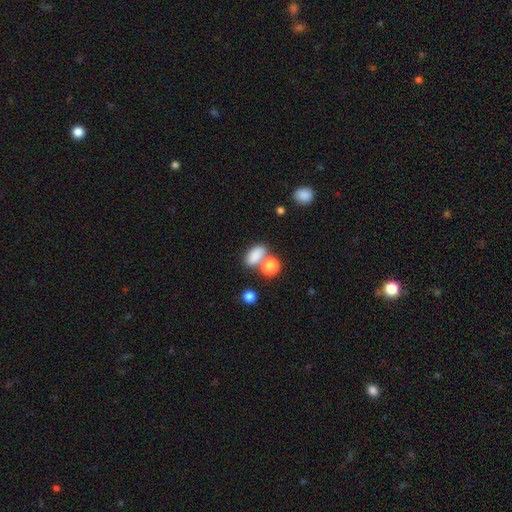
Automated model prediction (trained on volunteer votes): Morphology: type=smooth (82%); roundness=in between (83%); merging=none (52%).